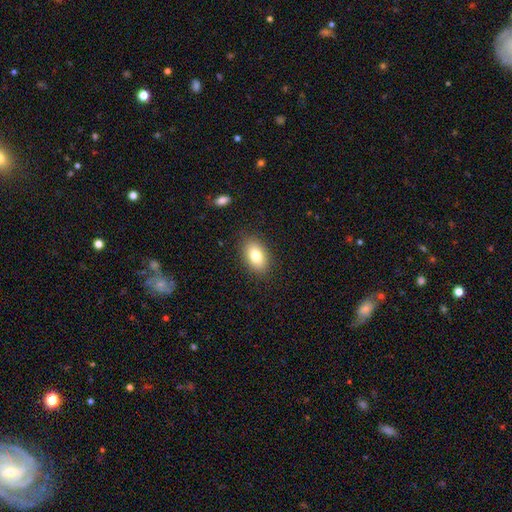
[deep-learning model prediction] Overall: smooth (79%). How rounded: in between (89%). Merging: none (86%).